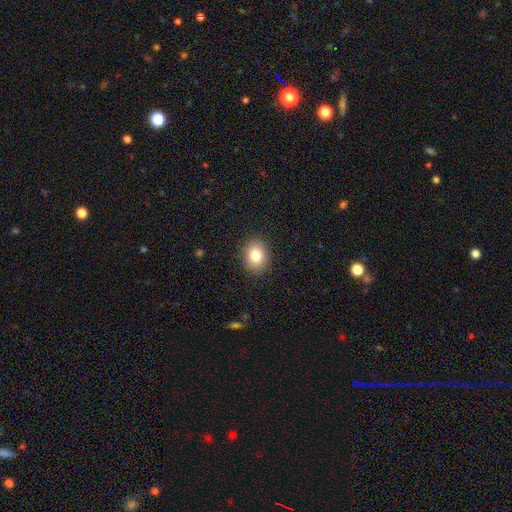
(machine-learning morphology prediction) This appears to be a smooth galaxy with no disk features (81%) that is in between round and cigar-shaped (51%). Merging: none (89%).